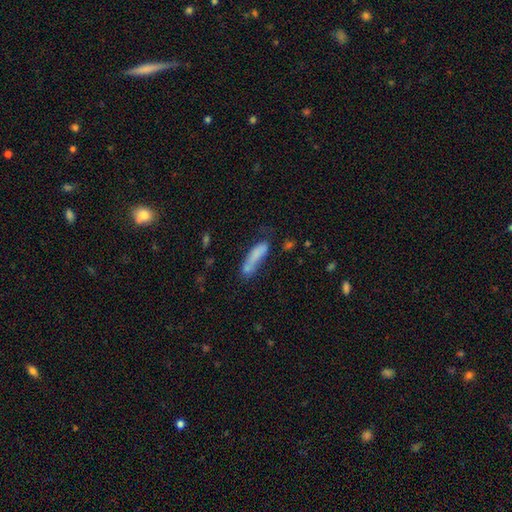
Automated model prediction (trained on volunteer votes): Morphology: type=smooth (74%); roundness=cigar-shaped (70%); merging=none (45%).